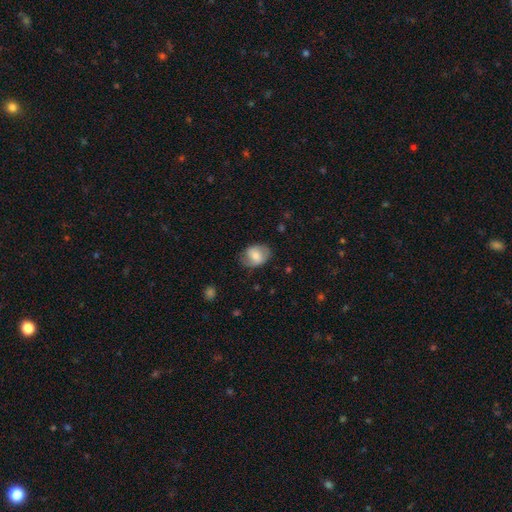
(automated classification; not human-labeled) Morphology: type=smooth (67%); roundness=in between (65%); merging=none (67%).